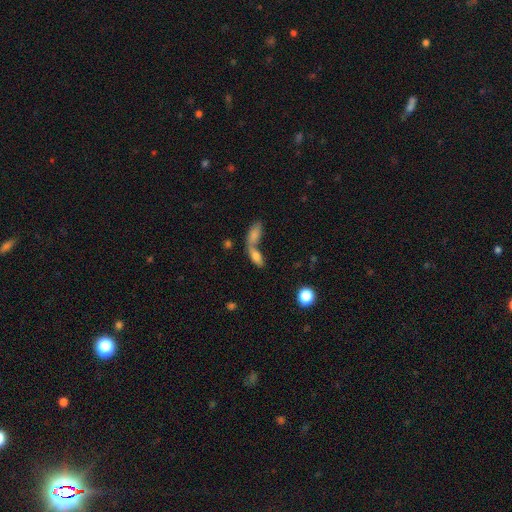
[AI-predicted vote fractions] smooth_or_featured: smooth (p=0.73) [alt: featured or disk p=0.17]
how_rounded: in between (p=0.77) [alt: cigar-shaped p=0.18]
merging: merger (p=0.63) [alt: none p=0.25]